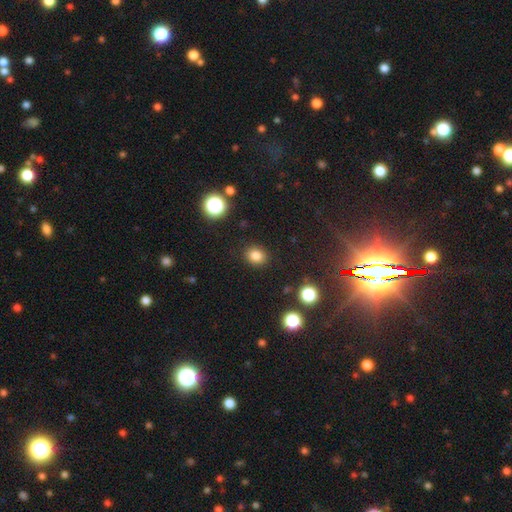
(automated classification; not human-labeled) smooth-or-featured: smooth: 82% | star or artifact: 13% | featured or disk: 5%
  how-rounded: round: 67% | in between: 32% | cigar-shaped: 1%
  merging: none: 89% | minor disturbance: 7% | major disturbance: 2% | merger: 1%